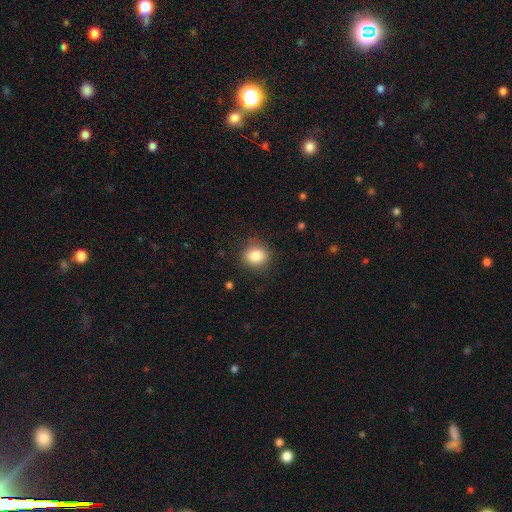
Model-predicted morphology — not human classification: Smooth or featured: smooth — 84% (star or artifact — 10%)
How rounded: round — 71% (in between — 28%)
Merging: none — 85% (minor disturbance — 11%)